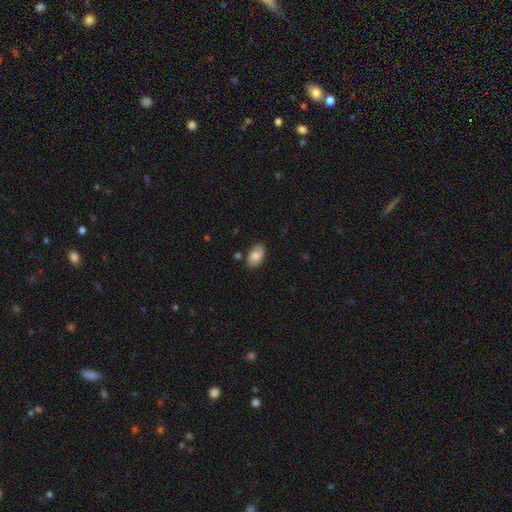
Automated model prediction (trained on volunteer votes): Overall: smooth (77%). How rounded: in between (92%). Merging: none (74%).